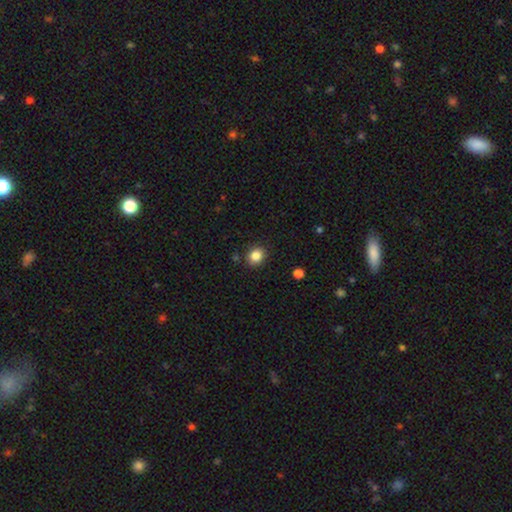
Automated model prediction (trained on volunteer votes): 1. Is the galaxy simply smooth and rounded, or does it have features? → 85% smooth, 10% star or artifact, 5% featured or disk.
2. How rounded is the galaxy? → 66% round, 34% in between, 1% cigar-shaped.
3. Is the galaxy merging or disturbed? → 88% none, 8% minor disturbance, 2% major disturbance, 2% merger.